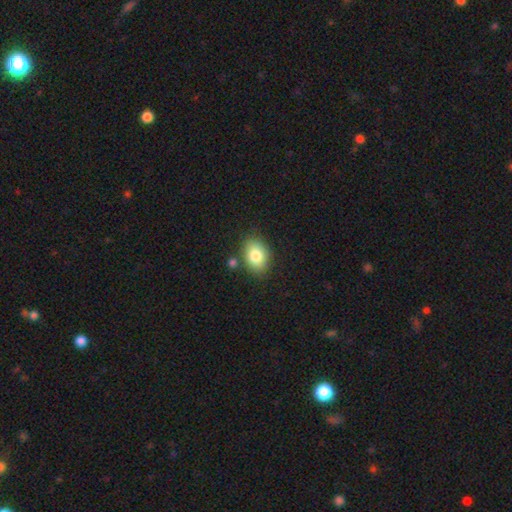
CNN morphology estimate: The model was most divided on "how rounded": in between: 79%, round: 20%, cigar-shaped: 1%. More confident: smooth or featured — smooth (83%); merging — none (77%).